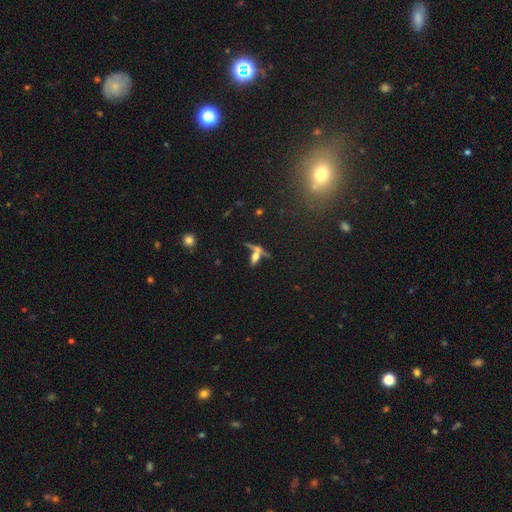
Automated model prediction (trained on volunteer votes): smooth-or-featured: smooth: 44% | featured or disk: 38% | star or artifact: 17%
  merging: none: 43% | merger: 37% | minor disturbance: 12% | major disturbance: 9%